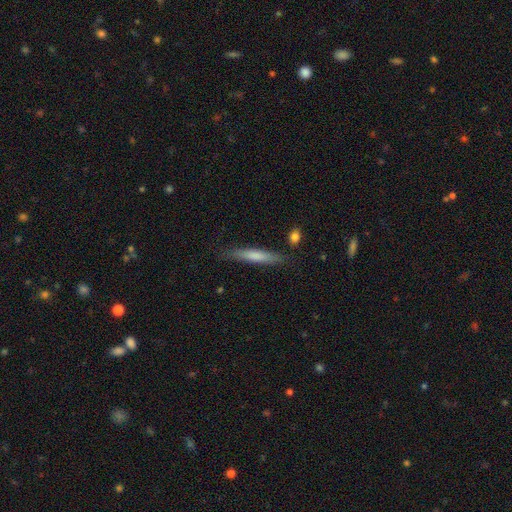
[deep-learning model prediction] Q: Smooth or featured?
A: smooth (69%); runner-up: featured or disk (25%)
Q: How rounded?
A: cigar-shaped (92%); runner-up: in between (7%)
Q: Merging?
A: none (83%); runner-up: minor disturbance (12%)